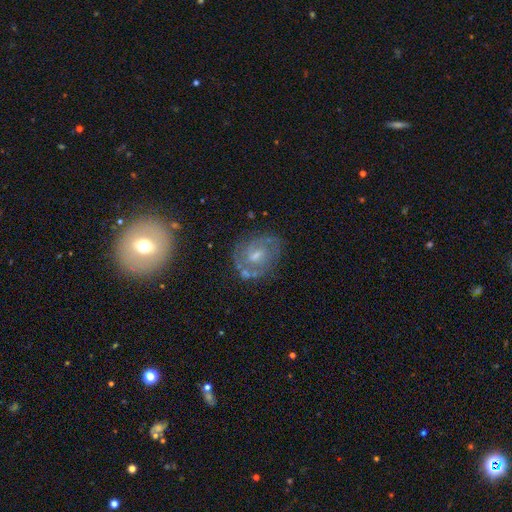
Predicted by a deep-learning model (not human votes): A featured or disk galaxy (76%) with a weak bar (48%), 2 (64%) tight (50%) spiral arms (89%) and a small central bulge (50%).

Vote fractions:
- Smooth or featured? featured or disk: 76% / smooth: 14% / star or artifact: 9%
- Edge-on disk? no: 97% / yes: 3%
- Bar? weak: 48% / no: 42% / strong: 10%
- Spiral arms? yes: 89% / no: 11%
- Spiral winding? tight: 50% / medium: 39% / loose: 11%
- Spiral arm count? 2: 64% / can't tell: 19% / 3: 8% / 1: 4% / 4: 2% / more than 4: 2%
- Bulge size? small: 50% / moderate: 41% / none: 6% / large: 2% / dominant: 1%
- Merging? none: 72% / minor disturbance: 16% / major disturbance: 7% / merger: 5%